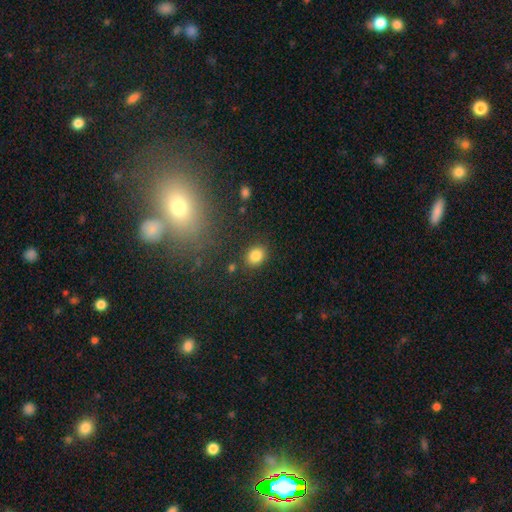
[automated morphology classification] smooth 83%, star or artifact 11%, featured or disk 6%. Down the decision tree: how rounded — round (54%); merging — none (84%).